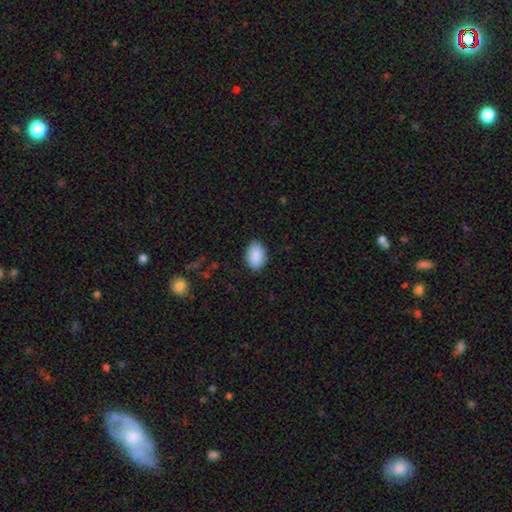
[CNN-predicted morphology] type=smooth (90%); roundness=in between (88%); merging=none (88%).